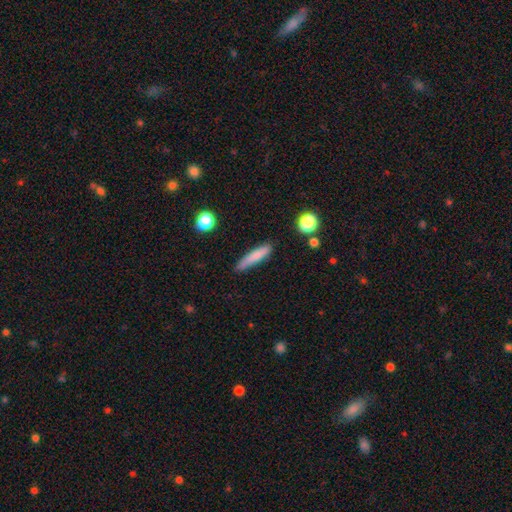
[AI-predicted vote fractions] This is likely a smooth galaxy (78%). How rounded: clearly cigar-shaped (87%). Merging: clearly none (80%).